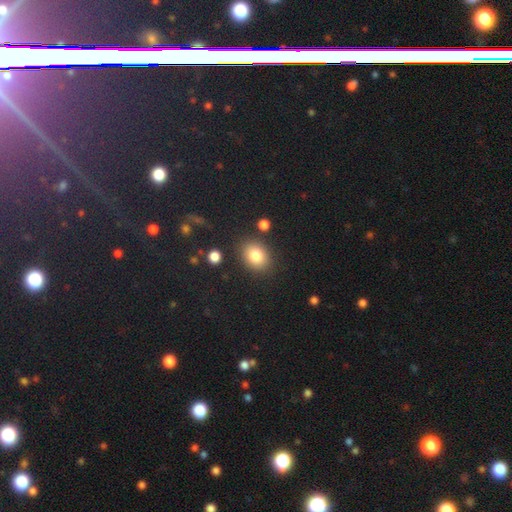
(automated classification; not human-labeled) The model was most divided on "how rounded": in between: 55%, round: 44%, cigar-shaped: 1%. More confident: merging — none (84%); smooth or featured — smooth (82%).